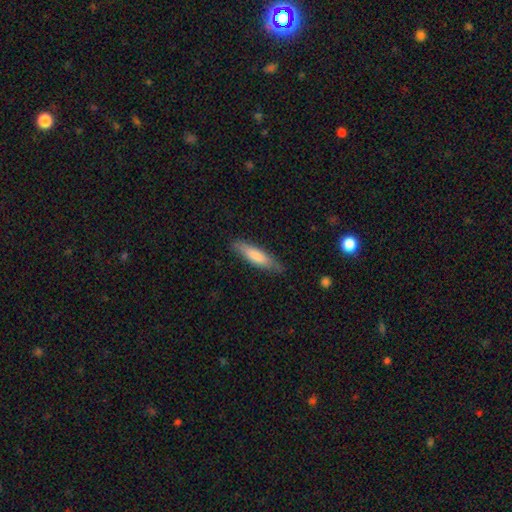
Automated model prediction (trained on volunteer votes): Morphology: type=smooth (76%); roundness=cigar-shaped (74%); merging=none (81%).